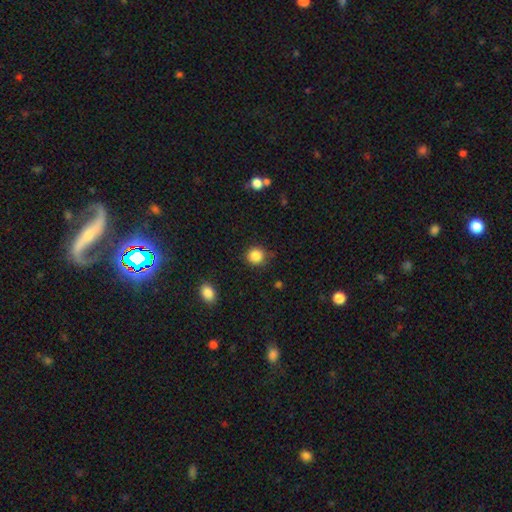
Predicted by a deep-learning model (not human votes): This appears to be a smooth galaxy with no disk features (86%) that is round (90%). Merging: none (82%).